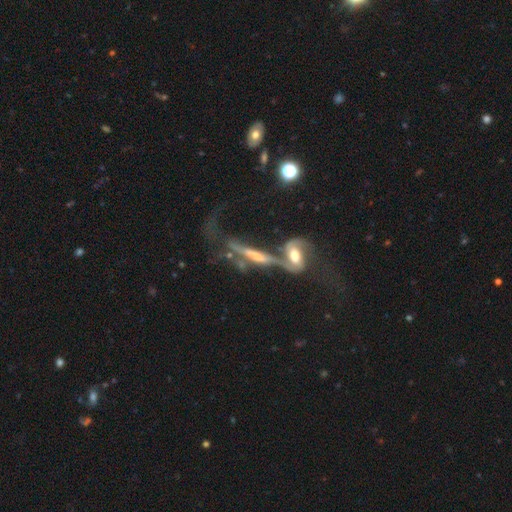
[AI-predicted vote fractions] Q: Smooth or featured?
A: featured or disk (70%); runner-up: smooth (20%)
Q: Edge-on disk?
A: yes (55%); runner-up: no (45%)
Q: Merging?
A: merger (62%); runner-up: none (15%)